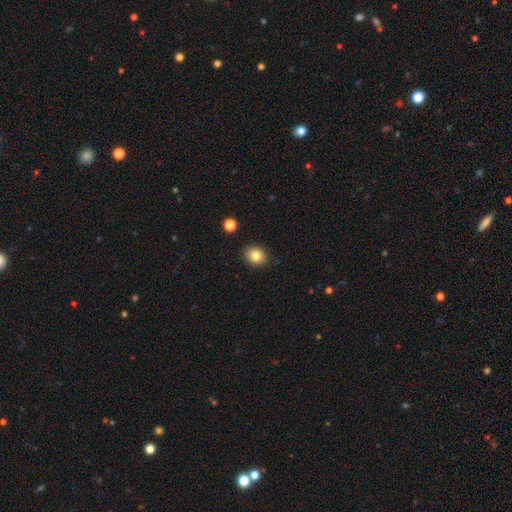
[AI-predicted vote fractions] Morphology: type=smooth (82%); roundness=round (63%); merging=none (89%).